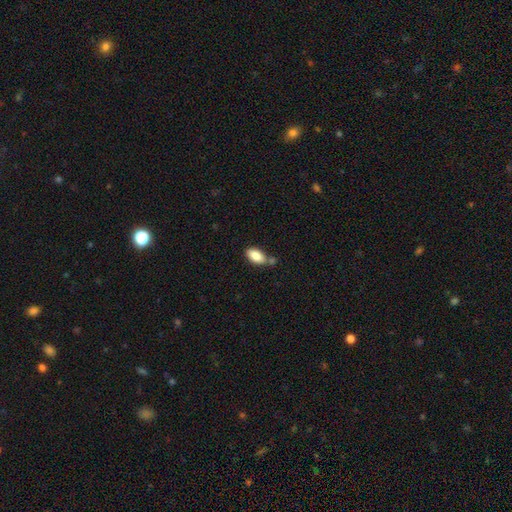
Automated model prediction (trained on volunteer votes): Smooth or featured: smooth — 86% (star or artifact — 7%)
How rounded: in between — 93% (round — 4%)
Merging: none — 61% (merger — 18%)